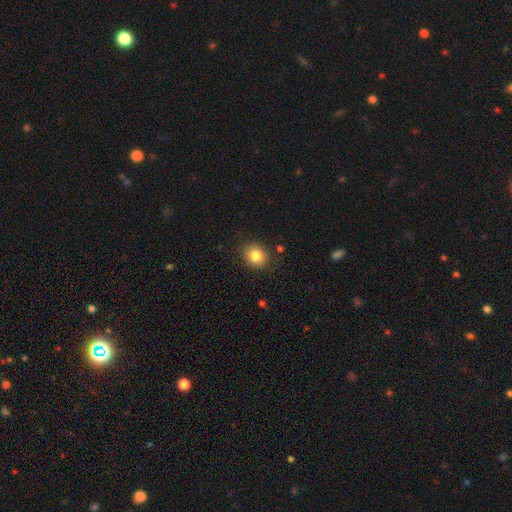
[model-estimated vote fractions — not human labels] A smooth galaxy with no disk features (83%) that is round (74%).

Vote fractions:
- Smooth or featured? smooth: 83% / star or artifact: 10% / featured or disk: 6%
- How rounded? round: 74% / in between: 25% / cigar-shaped: 1%
- Merging? none: 87% / minor disturbance: 9% / major disturbance: 3% / merger: 2%